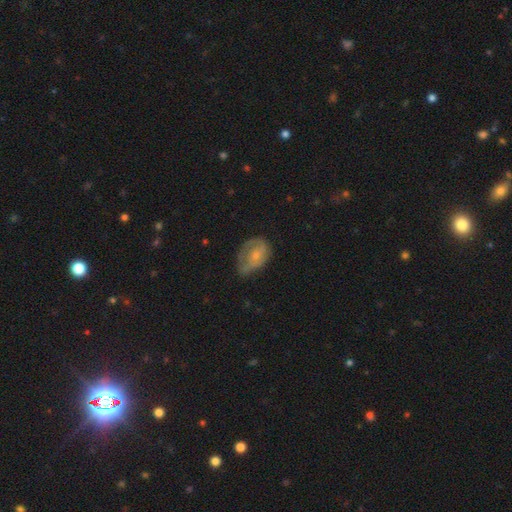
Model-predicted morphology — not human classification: smooth_or_featured: smooth (p=0.52) [alt: featured or disk p=0.41]
how_rounded: in between (p=0.80) [alt: round p=0.18]
merging: minor disturbance (p=0.38) [tied with: none p=0.38]